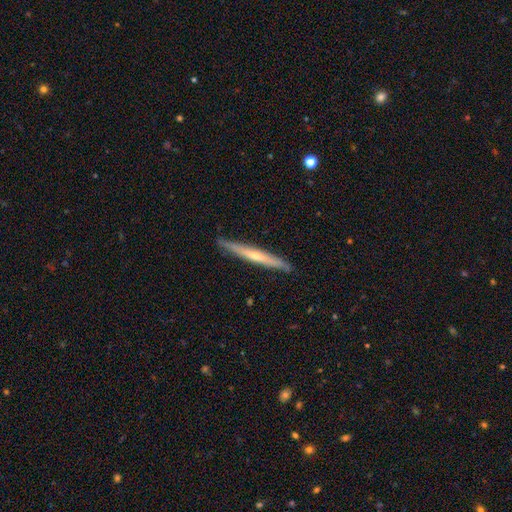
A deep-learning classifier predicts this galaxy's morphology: featured or disk 60%, smooth 35%, star or artifact 6%. Down the decision tree: edge-on disk — yes (96%); edge-on bulge — rounded (56%); merging — none (88%).